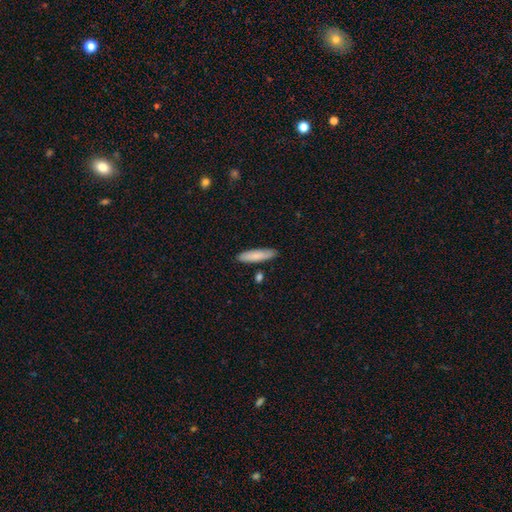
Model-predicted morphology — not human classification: A smooth galaxy with no disk features (80%) that is cigar-shaped (74%). Merging: none (85%).